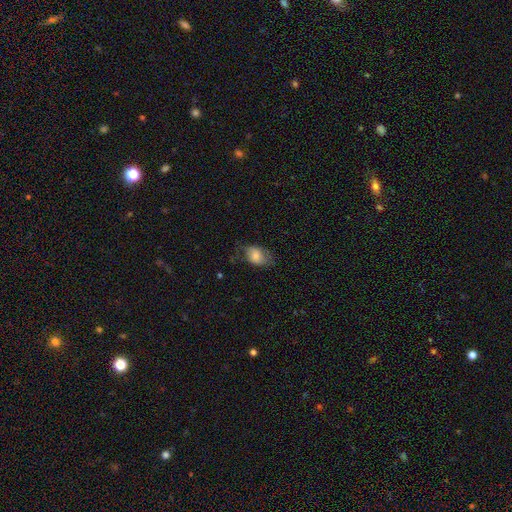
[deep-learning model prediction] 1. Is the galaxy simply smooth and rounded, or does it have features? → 72% smooth, 20% featured or disk, 8% star or artifact.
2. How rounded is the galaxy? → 80% in between, 18% round, 1% cigar-shaped.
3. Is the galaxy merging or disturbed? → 57% none, 29% minor disturbance, 13% major disturbance, 1% merger.